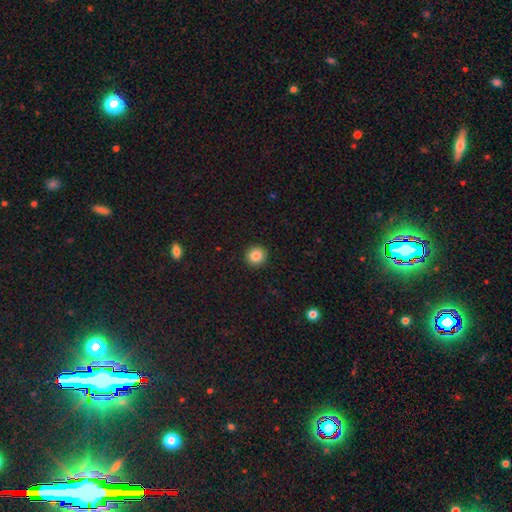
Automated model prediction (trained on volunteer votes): Smooth or featured? Predicted: smooth (p=0.85). How rounded? Predicted: round (p=0.93). Merging? Predicted: none (p=0.93).